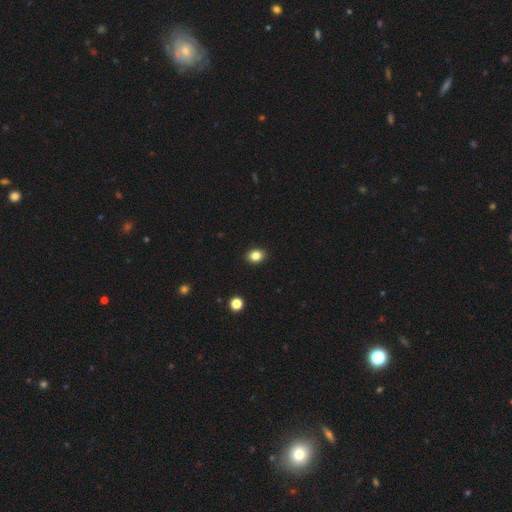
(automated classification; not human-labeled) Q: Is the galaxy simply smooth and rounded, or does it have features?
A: smooth — 84%.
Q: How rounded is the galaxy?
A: round — 52%.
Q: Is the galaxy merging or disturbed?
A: none — 92%.